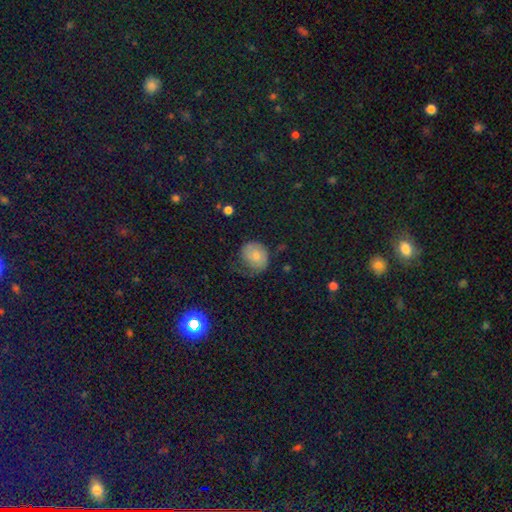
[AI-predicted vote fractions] Smooth or featured?
  - smooth: 68% *
  - featured or disk: 22%
  - star or artifact: 11%
How rounded?
  - round: 63% *
  - in between: 36%
  - cigar-shaped: 1%
Merging?
  - none: 49% *
  - minor disturbance: 32%
  - major disturbance: 17%
  - merger: 2%